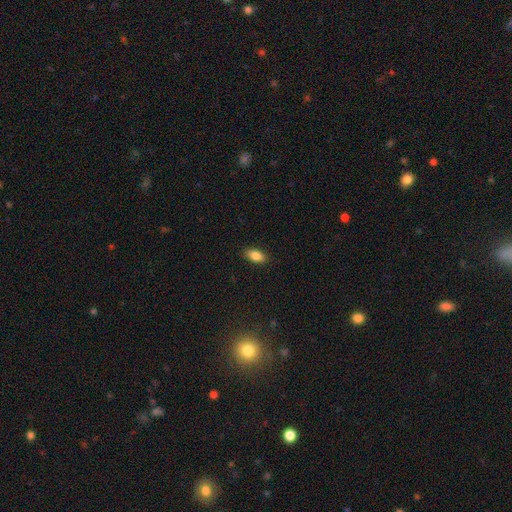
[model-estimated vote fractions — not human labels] A smooth galaxy with no disk features (84%) that is in between round and cigar-shaped (89%). Merging: none (89%).